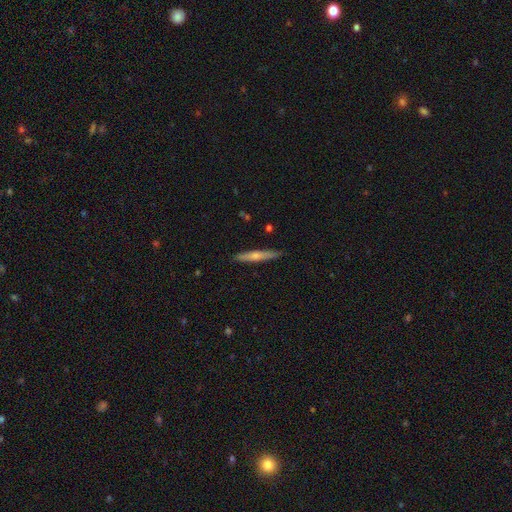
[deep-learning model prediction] smooth_or_featured: smooth (p=0.52) [alt: featured or disk p=0.42]
how_rounded: cigar-shaped (p=0.92) [alt: in between p=0.06]
merging: none (p=0.88) [alt: minor disturbance p=0.10]